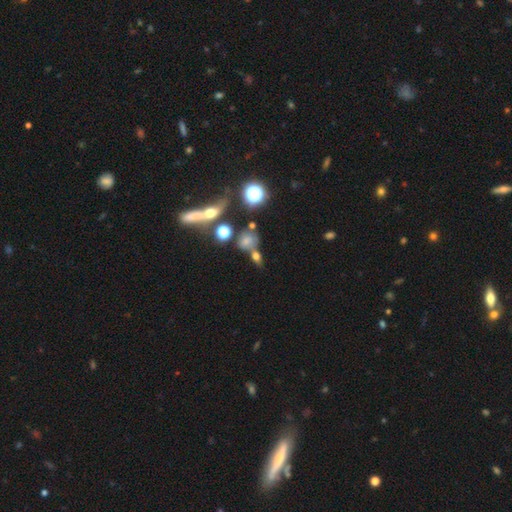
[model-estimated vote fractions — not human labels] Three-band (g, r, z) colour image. It shows a smooth galaxy with no disk features (58%) that is in between round and cigar-shaped (45%). Merging: none (46%).